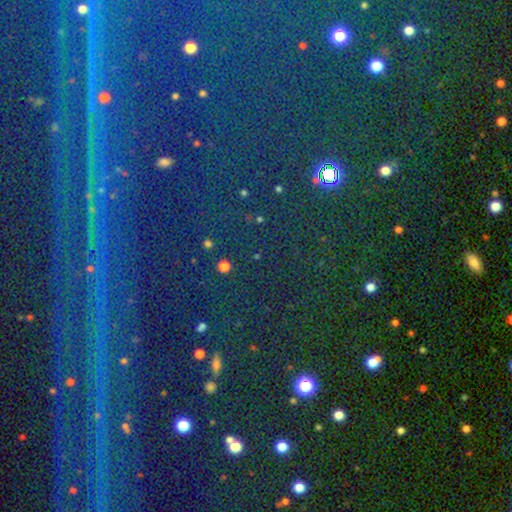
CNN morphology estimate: Smooth or featured? star or artifact (78%)